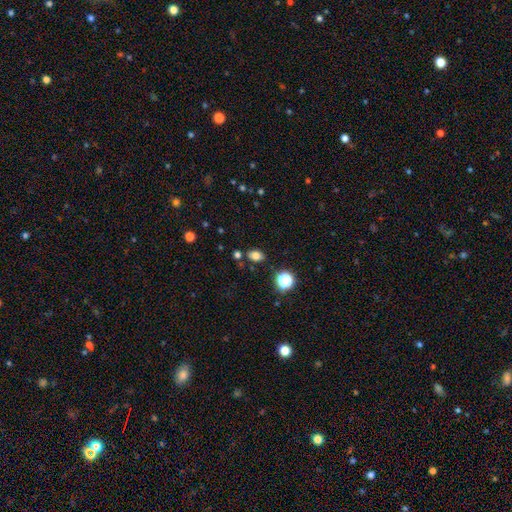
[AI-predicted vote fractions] This is likely a smooth galaxy (77%). How rounded: likely in between (79%). Merging: likely none (79%).